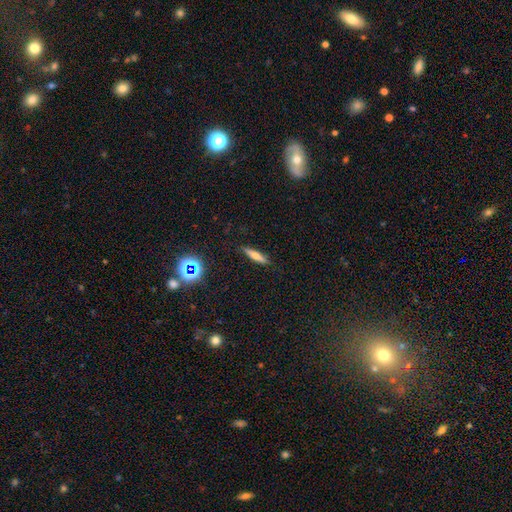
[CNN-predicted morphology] Smooth or featured: smooth — 63% (featured or disk — 26%)
How rounded: cigar-shaped — 84% (in between — 13%)
Merging: none — 87% (minor disturbance — 9%)